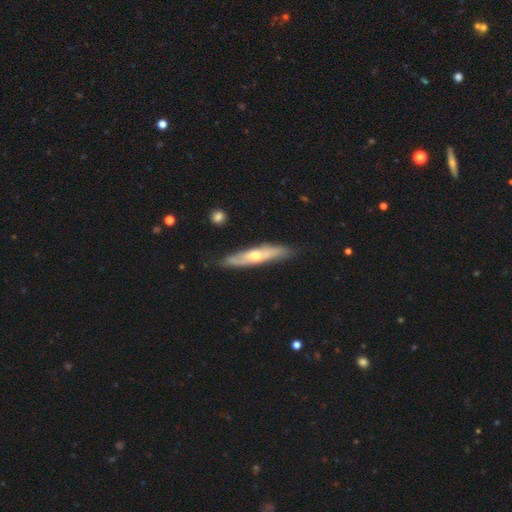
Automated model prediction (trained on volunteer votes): Morphology: type=featured or disk (60%); edge-on=yes (70%); merging=none (81%).